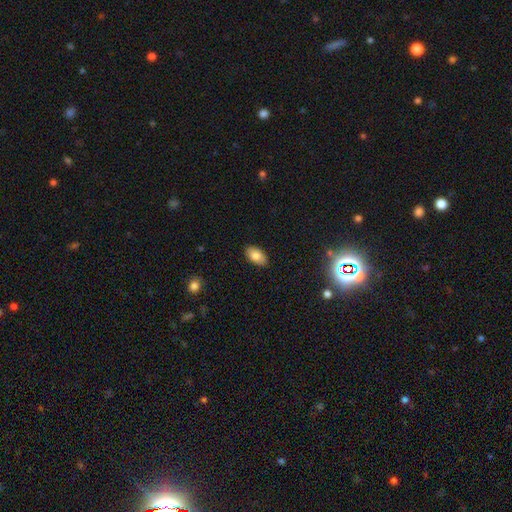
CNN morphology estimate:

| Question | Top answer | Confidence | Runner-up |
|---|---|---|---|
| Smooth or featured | smooth | 81% | featured or disk (11%) |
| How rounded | in between | 94% | round (5%) |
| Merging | none | 87% | minor disturbance (10%) |